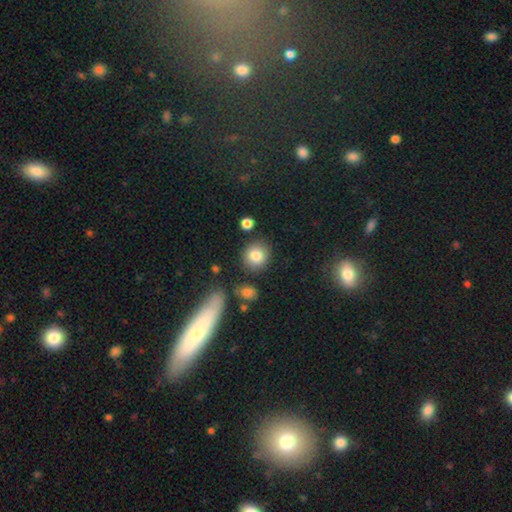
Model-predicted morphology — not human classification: This appears to be a smooth galaxy with no disk features (83%) that is round (83%). Merging: none (81%).